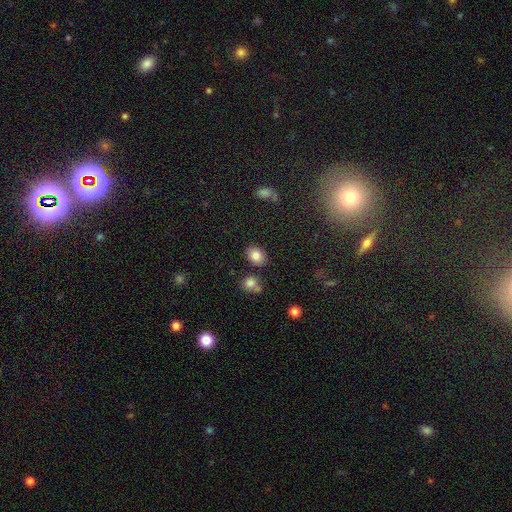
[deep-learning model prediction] Smooth or featured? Predicted: smooth (p=0.83). How rounded? Predicted: in between (p=0.67). Merging? Predicted: none (p=0.80).